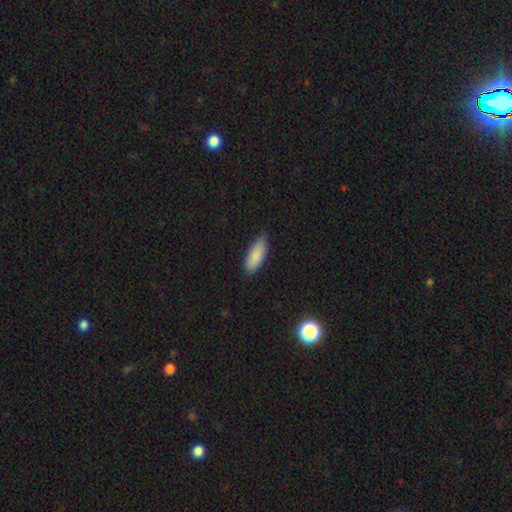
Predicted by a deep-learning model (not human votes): smooth 87%, featured or disk 7%, star or artifact 6%. Down the decision tree: how rounded — in between (77%); merging — none (82%).